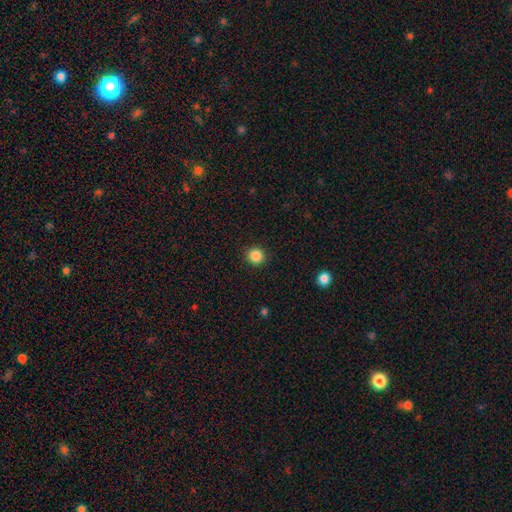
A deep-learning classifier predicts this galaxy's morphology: This appears to be a smooth galaxy with no disk features (86%) that is round (93%). Merging: none (92%).